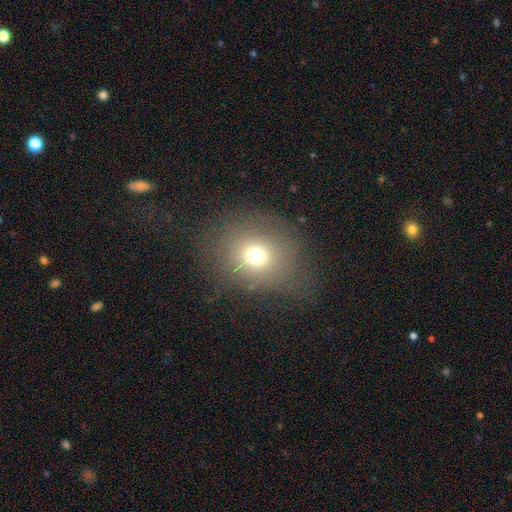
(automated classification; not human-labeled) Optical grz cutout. It shows a smooth galaxy with no disk features (69%) that is round (79%). Merging: none (76%).